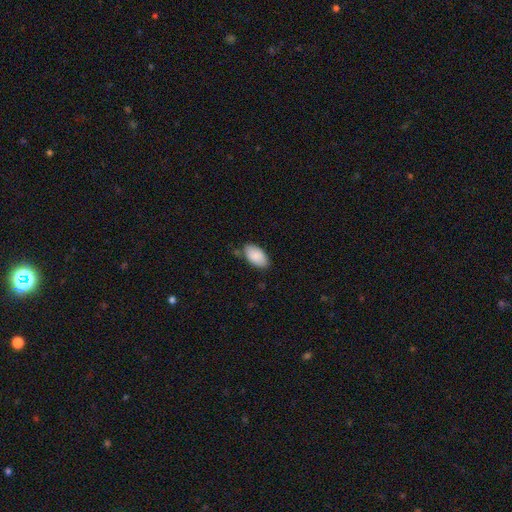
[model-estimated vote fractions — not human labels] A smooth galaxy with no disk features (89%) that is in between round and cigar-shaped (95%). Merging: none (76%).